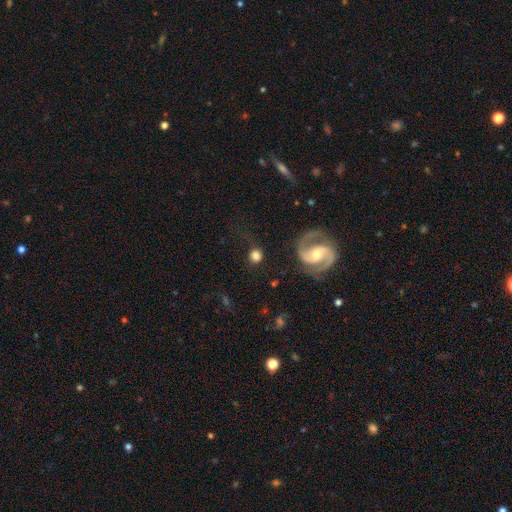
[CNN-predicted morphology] smooth-or-featured: smooth: 63% | featured or disk: 27% | star or artifact: 10%
  how-rounded: round: 85% | in between: 13% | cigar-shaped: 1%
  merging: none: 74% | minor disturbance: 12% | major disturbance: 9% | merger: 4%